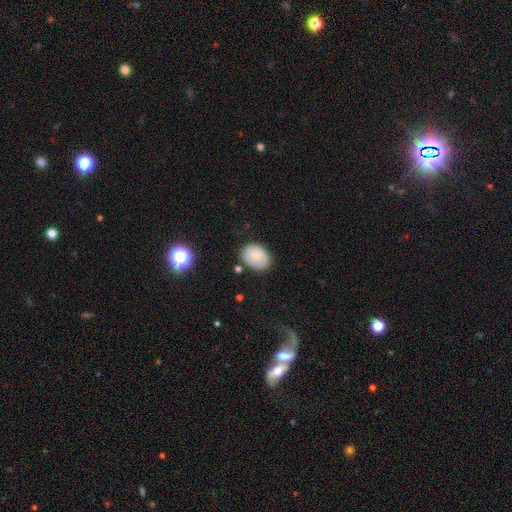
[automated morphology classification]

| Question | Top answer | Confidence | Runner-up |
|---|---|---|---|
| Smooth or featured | smooth | 76% | featured or disk (15%) |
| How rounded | in between | 66% | round (33%) |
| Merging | none | 72% | minor disturbance (20%) |